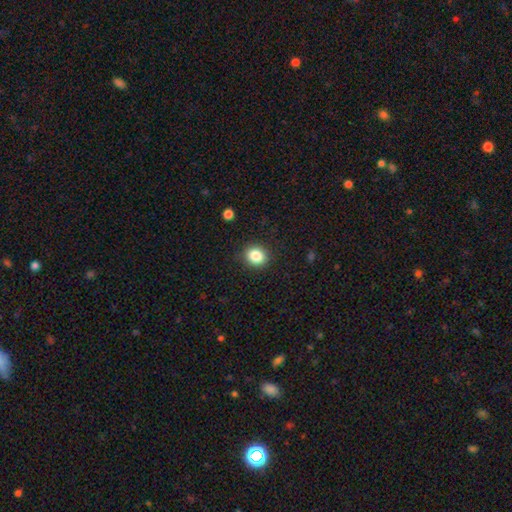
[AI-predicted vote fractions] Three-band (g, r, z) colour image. It shows a smooth galaxy with no disk features (85%) that is round (73%). Merging: none (89%).